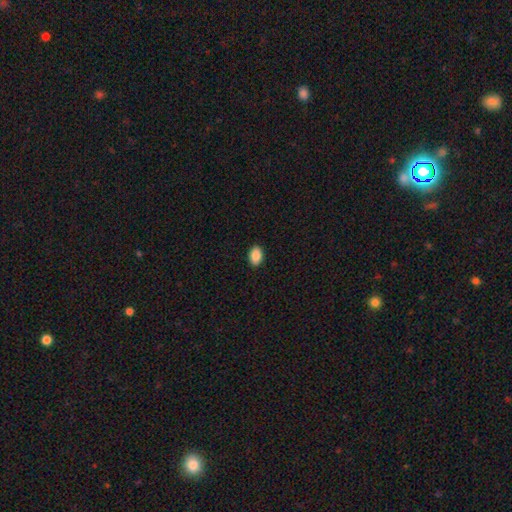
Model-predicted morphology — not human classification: A smooth galaxy with no disk features (89%) that is in between round and cigar-shaped (85%). Merging: none (90%).